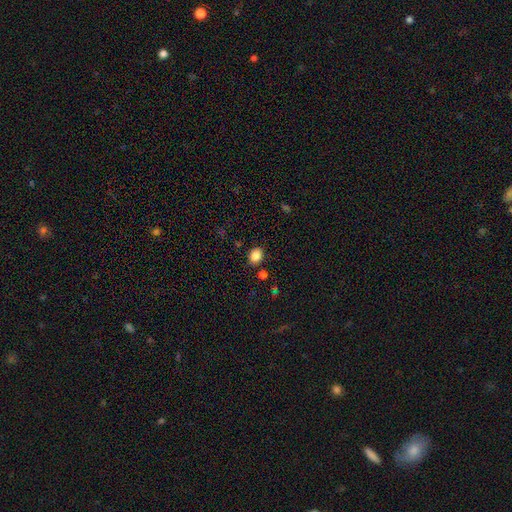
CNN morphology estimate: This appears to be a smooth galaxy with no disk features (86%) that is in between round and cigar-shaped (53%). Merging: none (83%).